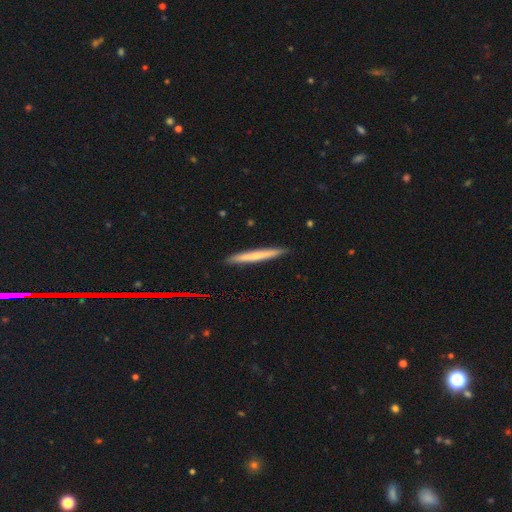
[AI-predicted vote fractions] Smooth or featured: smooth — 57% (featured or disk — 37%)
How rounded: cigar-shaped — 97% (in between — 2%)
Merging: none — 91% (minor disturbance — 6%)